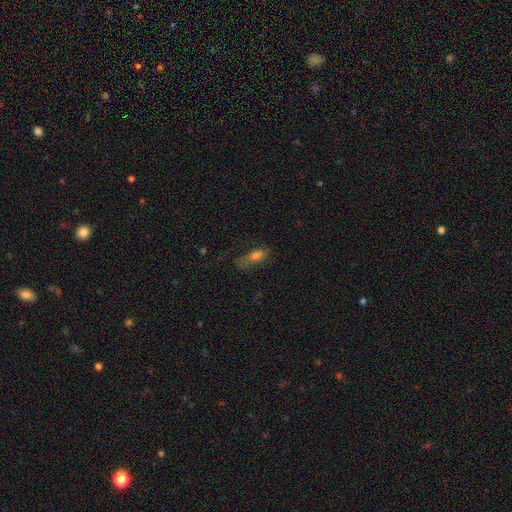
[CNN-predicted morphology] smooth 70%, featured or disk 17%, star or artifact 13%. Down the decision tree: how rounded — in between (71%); merging — none (50%).